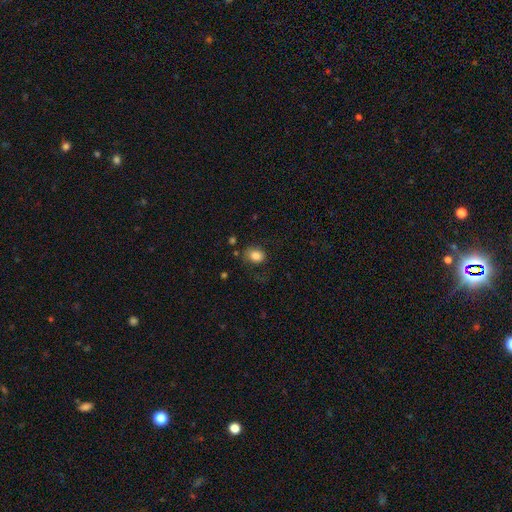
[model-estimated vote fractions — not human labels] Overall: smooth (84%). How rounded: in between (59%; round 40%). Merging: none (70%).